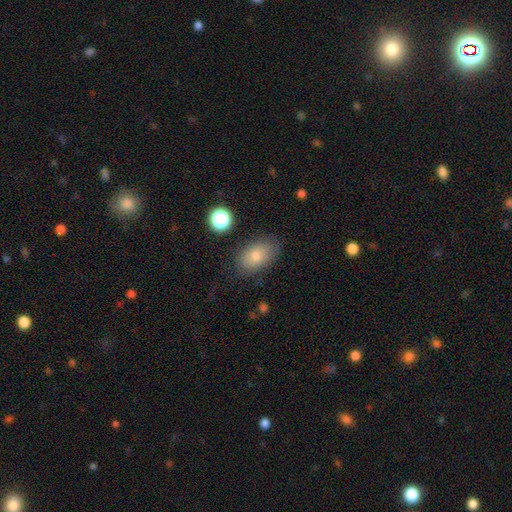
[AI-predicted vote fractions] smooth-or-featured: smooth: 75% | featured or disk: 15% | star or artifact: 10%
  how-rounded: in between: 88% | round: 10% | cigar-shaped: 2%
  merging: none: 80% | minor disturbance: 15% | major disturbance: 4% | merger: 2%